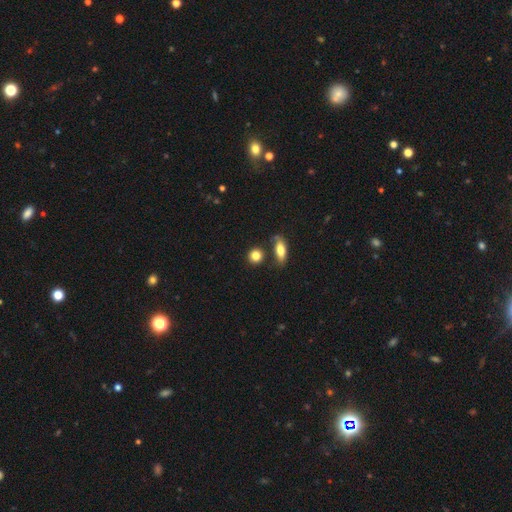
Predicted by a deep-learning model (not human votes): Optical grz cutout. It shows a smooth galaxy with no disk features (83%) that is round (79%). Merging: none (76%).